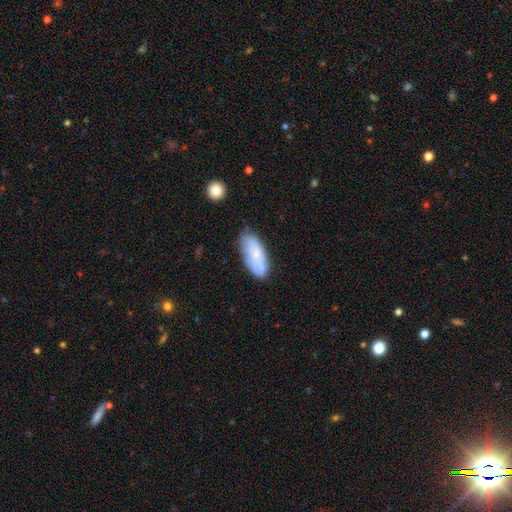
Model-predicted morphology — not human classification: Smooth or featured?
  - smooth: 55% *
  - featured or disk: 37%
  - star or artifact: 7%
How rounded?
  - in between: 84% *
  - cigar-shaped: 13%
  - round: 2%
Merging?
  - none: 61% *
  - minor disturbance: 27%
  - major disturbance: 7%
  - merger: 5%